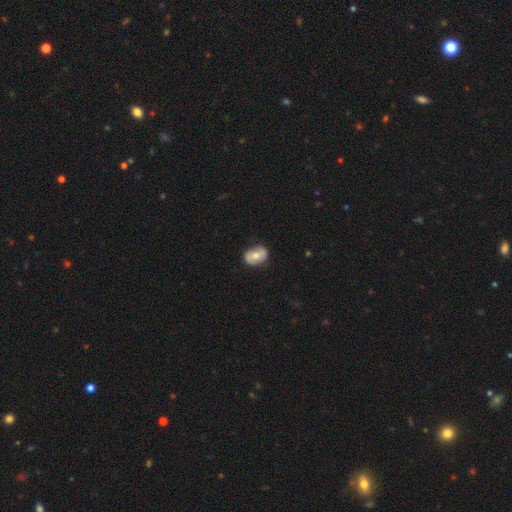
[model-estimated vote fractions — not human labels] Q: Smooth or featured?
A: smooth (51%); runner-up: featured or disk (42%)
Q: How rounded?
A: in between (72%); runner-up: round (27%)
Q: Merging?
A: none (80%); runner-up: minor disturbance (15%)